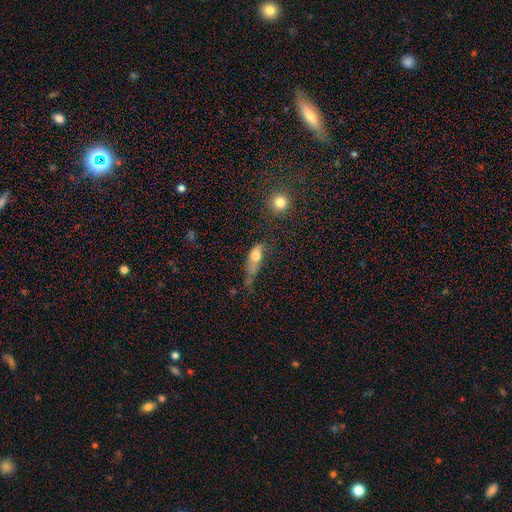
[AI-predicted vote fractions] Smooth or featured?
  - smooth: 64% *
  - featured or disk: 25%
  - star or artifact: 11%
How rounded?
  - in between: 62% *
  - cigar-shaped: 28%
  - round: 10%
Merging?
  - major disturbance: 37% *
  - minor disturbance: 28%
  - none: 25%
  - merger: 10%